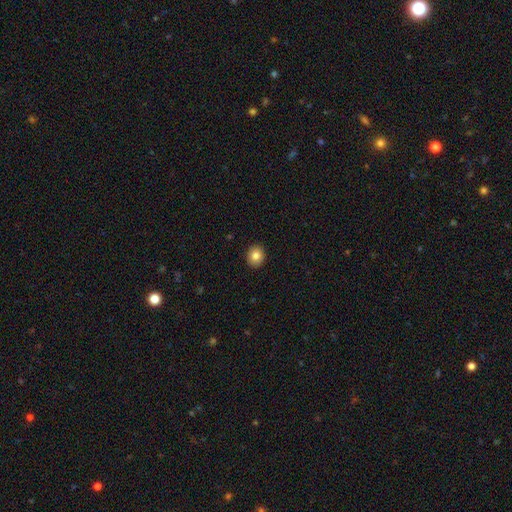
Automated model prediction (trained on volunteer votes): Smooth or featured? Predicted: smooth (p=0.83). How rounded? Predicted: round (p=0.71). Merging? Predicted: none (p=0.92).